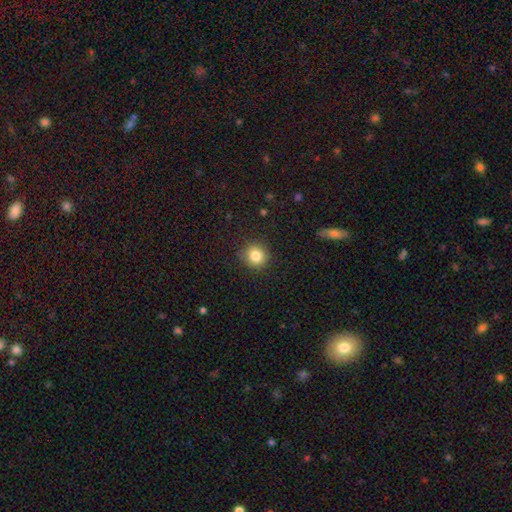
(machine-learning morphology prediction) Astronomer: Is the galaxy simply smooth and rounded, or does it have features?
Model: smooth — 84%.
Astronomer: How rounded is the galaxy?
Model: round — 89%.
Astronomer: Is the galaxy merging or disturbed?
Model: none — 90%.